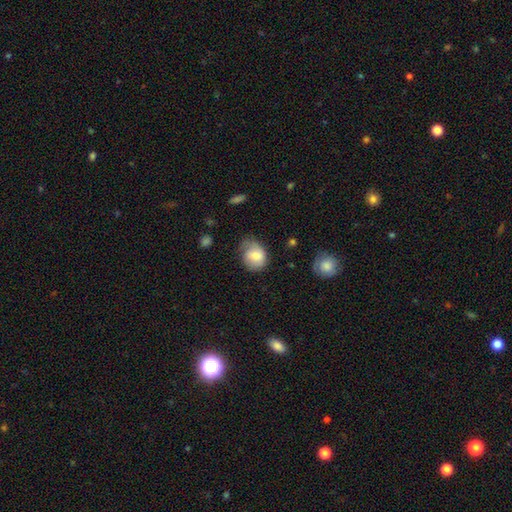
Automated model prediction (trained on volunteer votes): A smooth galaxy with no disk features (69%) that is round (50%). Merging: none (44%).